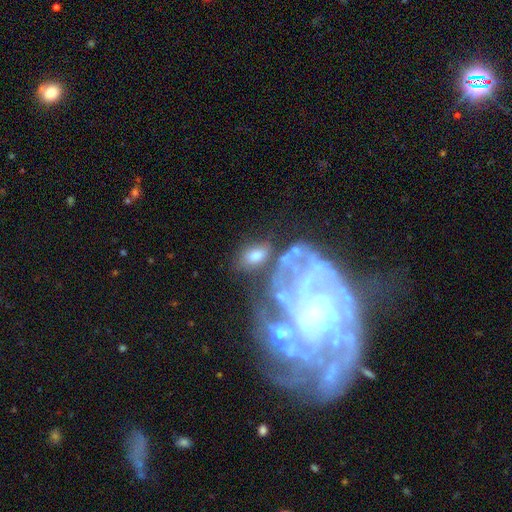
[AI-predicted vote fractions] Smooth or featured?
  - smooth: 61% *
  - featured or disk: 29%
  - star or artifact: 10%
How rounded?
  - in between: 88% *
  - round: 10%
  - cigar-shaped: 2%
Merging?
  - none: 50% *
  - merger: 18%
  - minor disturbance: 18%
  - major disturbance: 14%